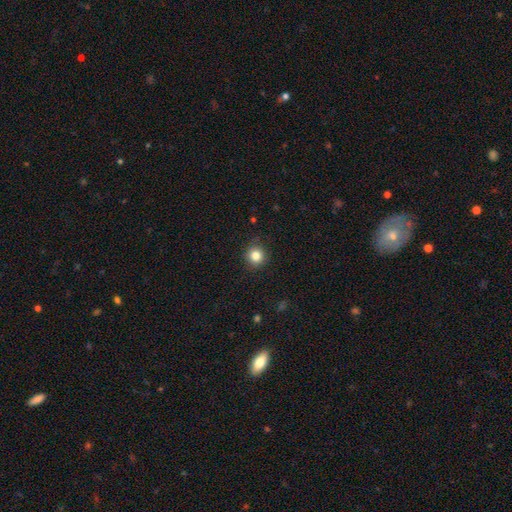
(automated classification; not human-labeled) Smooth or featured? Predicted: smooth (p=0.83). How rounded? Predicted: round (p=0.92). Merging? Predicted: none (p=0.90).